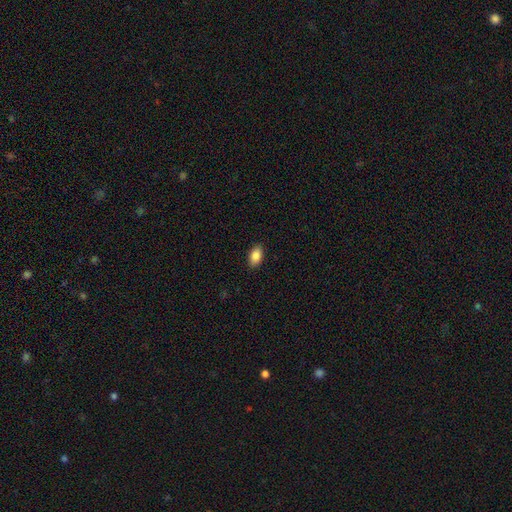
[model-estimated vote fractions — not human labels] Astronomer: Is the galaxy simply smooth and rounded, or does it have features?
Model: smooth — 87%.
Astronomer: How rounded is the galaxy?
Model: in between — 92%.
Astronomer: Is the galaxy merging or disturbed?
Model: none — 90%.